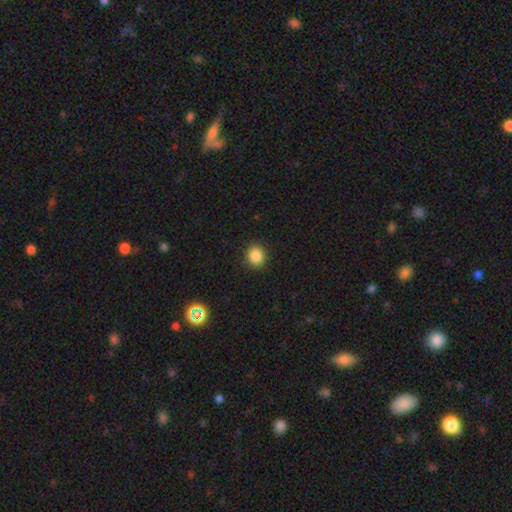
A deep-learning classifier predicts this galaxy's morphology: This appears to be a smooth galaxy with no disk features (86%) that is round (78%). Merging: none (90%).